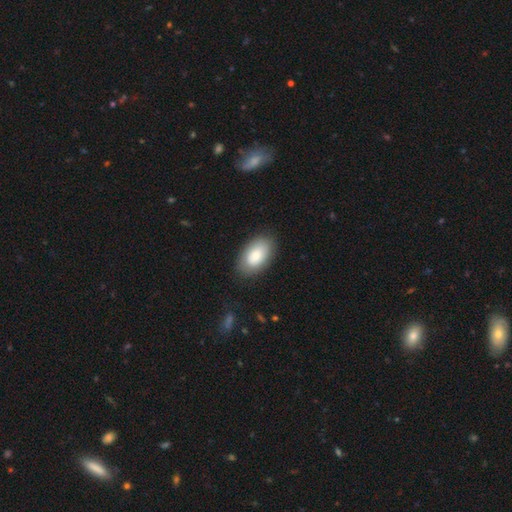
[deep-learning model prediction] smooth-or-featured: smooth: 83% | featured or disk: 11% | star or artifact: 6%
  how-rounded: in between: 94% | round: 5% | cigar-shaped: 1%
  merging: none: 83% | minor disturbance: 12% | major disturbance: 3% | merger: 1%